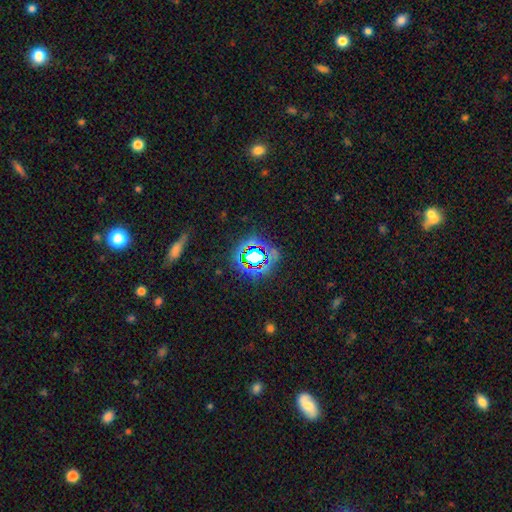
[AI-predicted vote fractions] Morphology: type=star or artifact (66%).